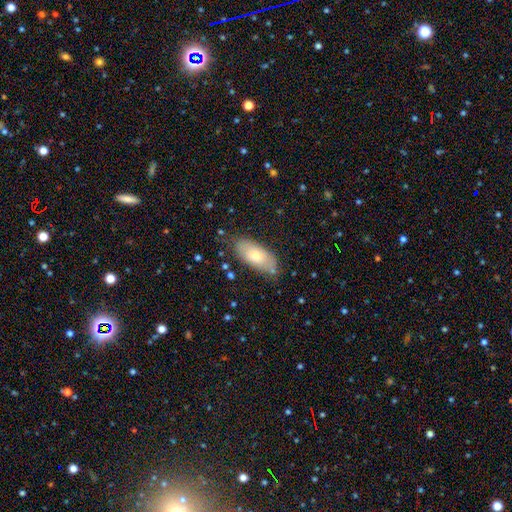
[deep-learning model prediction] Q: Smooth or featured?
A: smooth (73%); runner-up: featured or disk (21%)
Q: How rounded?
A: in between (87%); runner-up: cigar-shaped (11%)
Q: Merging?
A: none (77%); runner-up: minor disturbance (16%)